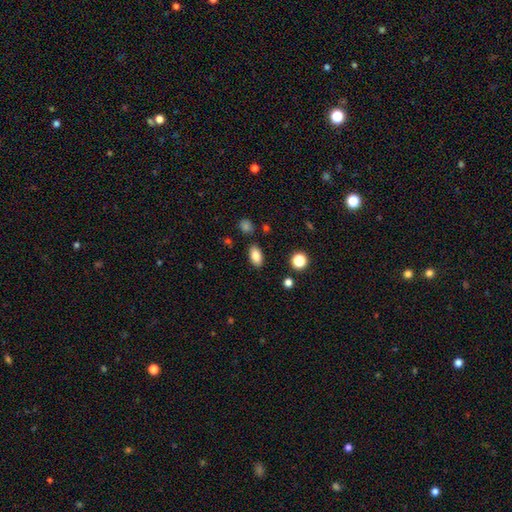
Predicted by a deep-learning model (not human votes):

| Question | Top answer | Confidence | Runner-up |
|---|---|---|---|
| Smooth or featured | smooth | 83% | star or artifact (9%) |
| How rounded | in between | 90% | round (6%) |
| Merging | none | 85% | minor disturbance (10%) |